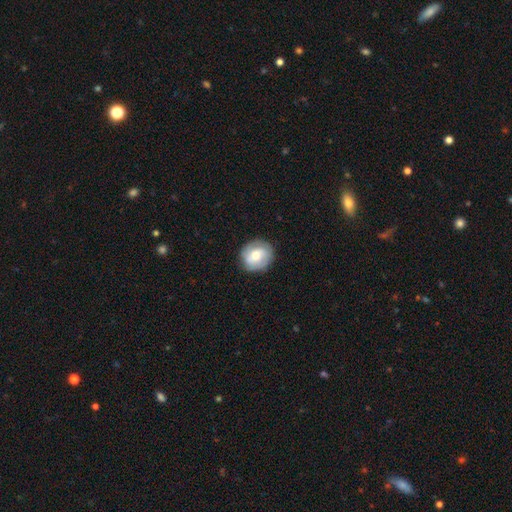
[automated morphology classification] Smooth or featured: smooth — 53% (featured or disk — 40%)
How rounded: round — 79% (in between — 20%)
Merging: none — 84% (minor disturbance — 12%)